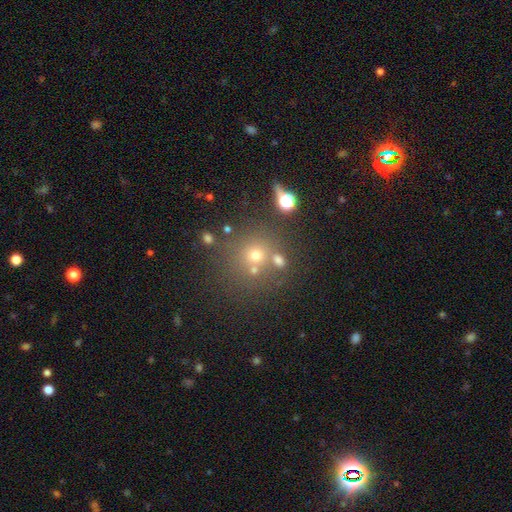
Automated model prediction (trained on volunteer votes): Q: Smooth or featured?
A: smooth (61%); runner-up: star or artifact (25%)
Q: How rounded?
A: round (88%); runner-up: in between (11%)
Q: Merging?
A: none (67%); runner-up: merger (18%)